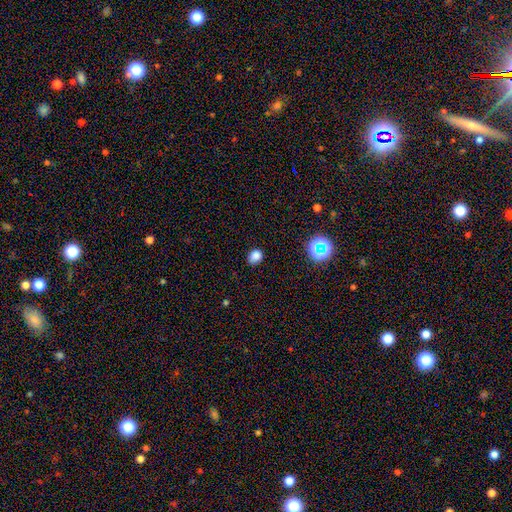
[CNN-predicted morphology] smooth 80%, star or artifact 16%, featured or disk 4%. Down the decision tree: how rounded — round (55%); merging — none (84%).